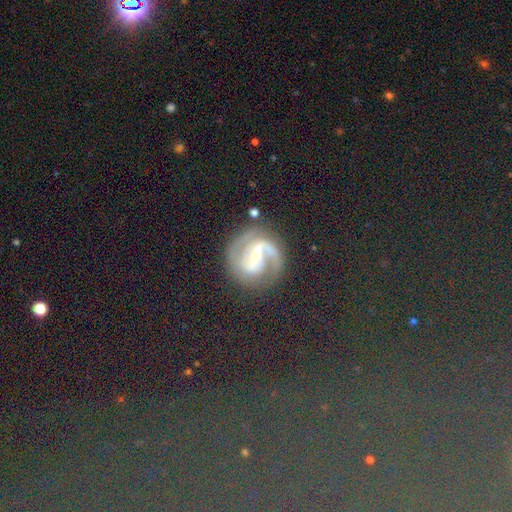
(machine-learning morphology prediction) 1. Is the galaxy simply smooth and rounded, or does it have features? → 63% featured or disk, 24% star or artifact, 14% smooth.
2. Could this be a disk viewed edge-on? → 96% no, 4% yes.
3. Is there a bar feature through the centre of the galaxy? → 42% strong, 38% weak, 20% no.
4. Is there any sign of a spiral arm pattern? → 90% yes, 10% no.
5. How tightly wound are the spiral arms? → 46% medium, 39% tight, 16% loose.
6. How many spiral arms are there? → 89% 2, 4% 1, 3% can't tell, 1% 3, 1% 4, 1% more than 4.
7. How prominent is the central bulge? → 56% small, 34% moderate, 5% large, 4% none, 2% dominant.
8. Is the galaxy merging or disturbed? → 75% none, 14% minor disturbance, 7% major disturbance, 3% merger.